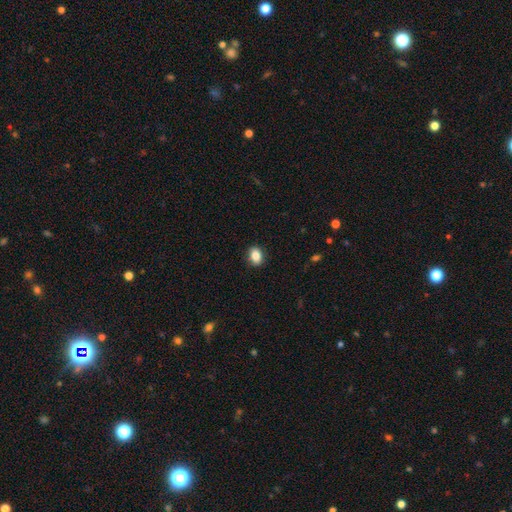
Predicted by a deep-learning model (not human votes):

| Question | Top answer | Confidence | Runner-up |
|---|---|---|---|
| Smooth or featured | smooth | 85% | star or artifact (9%) |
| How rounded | in between | 70% | round (28%) |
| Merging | none | 88% | minor disturbance (9%) |